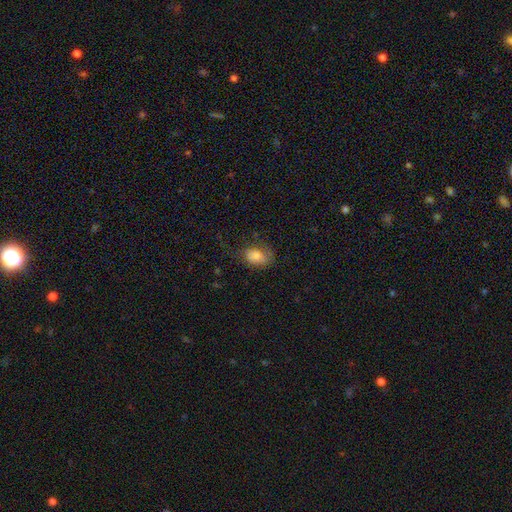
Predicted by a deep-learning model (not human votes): Smooth or featured? smooth (79%)
How rounded? in between (83%)
Merging? none (57%)